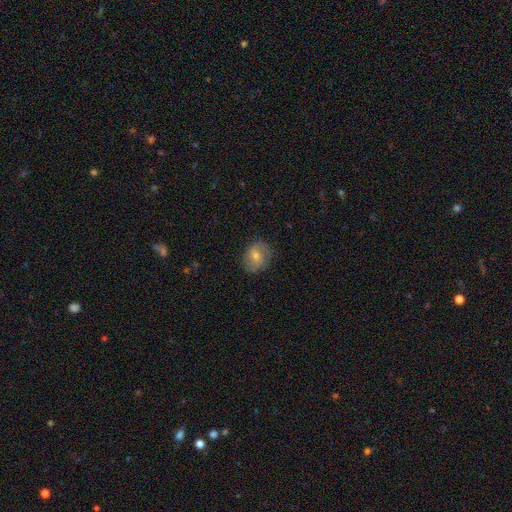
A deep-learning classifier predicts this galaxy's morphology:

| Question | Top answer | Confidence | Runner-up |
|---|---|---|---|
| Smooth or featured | smooth | 50% | featured or disk (39%) |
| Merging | none | 83% | minor disturbance (13%) |